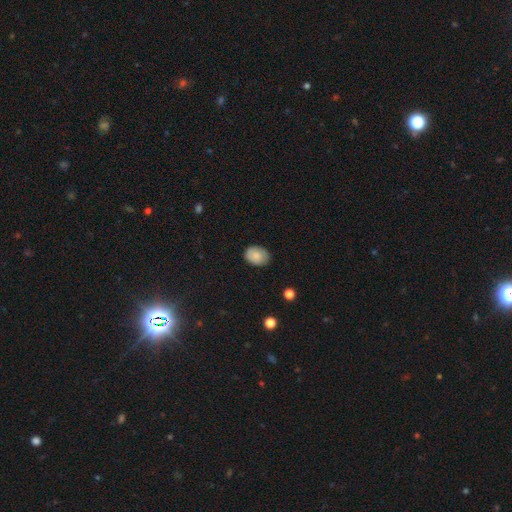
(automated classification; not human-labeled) smooth_or_featured: smooth (p=0.82) [alt: featured or disk p=0.10]
how_rounded: in between (p=0.69) [alt: round p=0.30]
merging: none (p=0.82) [alt: minor disturbance p=0.14]